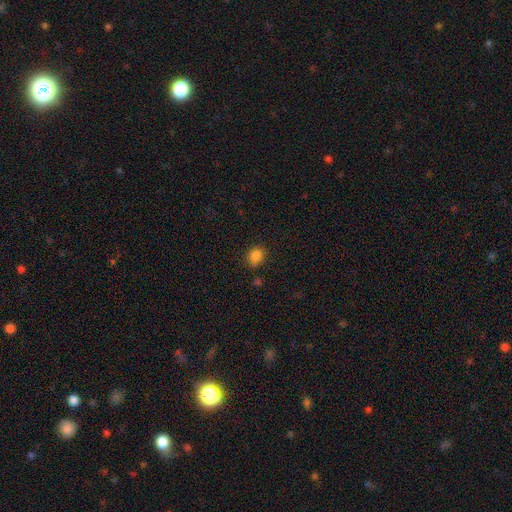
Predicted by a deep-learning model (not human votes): A smooth galaxy with no disk features (84%) that is round (53%). Merging: none (75%).